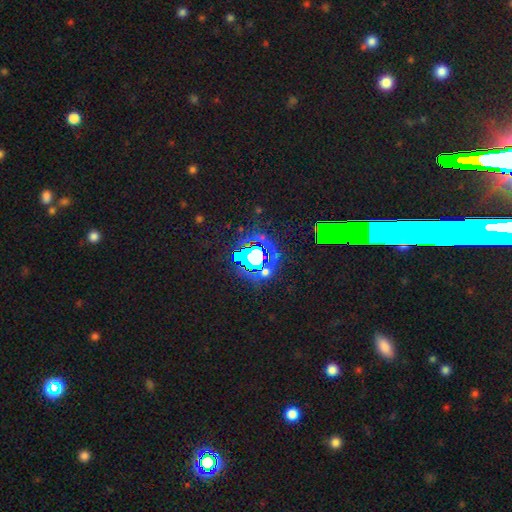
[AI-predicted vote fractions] smooth-or-featured: star or artifact: 72% | smooth: 15% | featured or disk: 13%